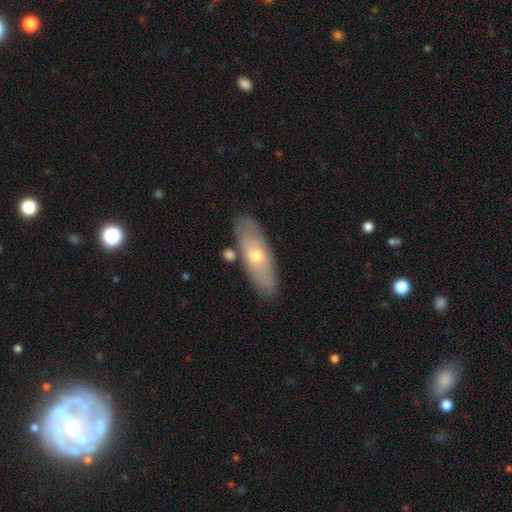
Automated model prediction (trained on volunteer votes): Q: Smooth or featured?
A: smooth (56%); runner-up: featured or disk (38%)
Q: How rounded?
A: in between (65%); runner-up: cigar-shaped (32%)
Q: Merging?
A: none (79%); runner-up: minor disturbance (12%)